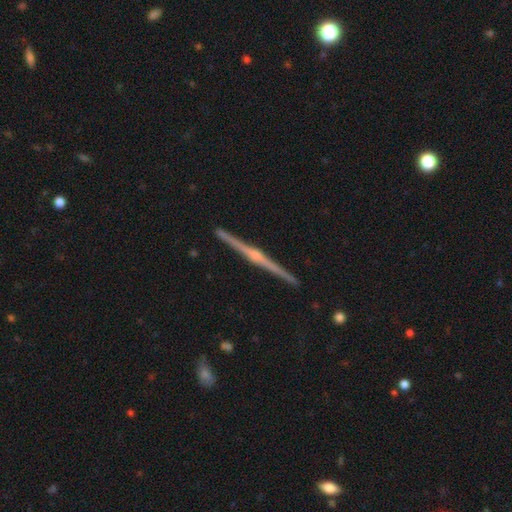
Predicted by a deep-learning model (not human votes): Smooth or featured? Predicted: featured or disk (p=0.88). Edge-on disk? Predicted: yes (p=0.99). Edge-on bulge? Predicted: rounded (p=0.84). Merging? Predicted: none (p=0.93).